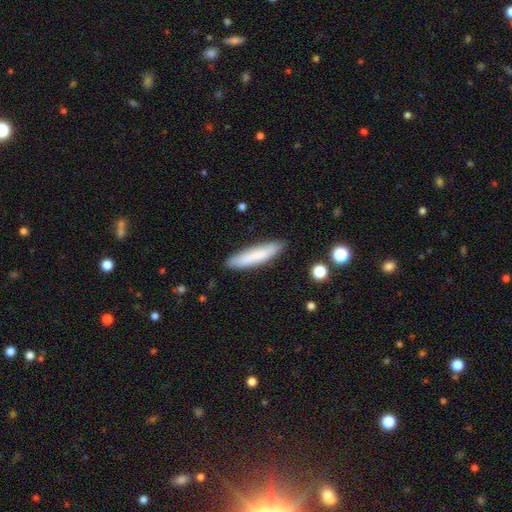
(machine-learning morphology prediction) A smooth galaxy with no disk features (78%) that is cigar-shaped (83%).

Vote fractions:
- Smooth or featured? smooth: 78% / featured or disk: 16% / star or artifact: 6%
- How rounded? cigar-shaped: 83% / in between: 16% / round: 1%
- Merging? none: 86% / minor disturbance: 10% / major disturbance: 2% / merger: 1%